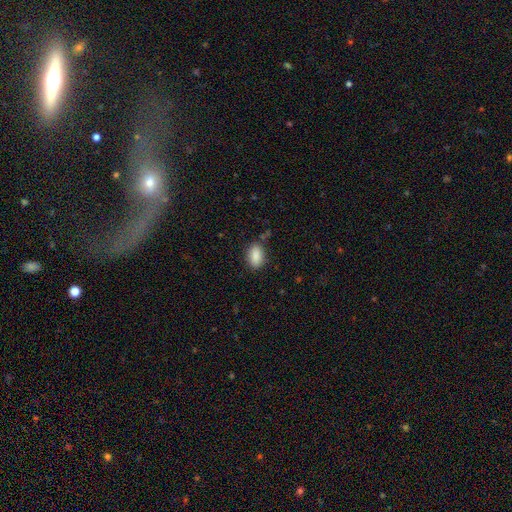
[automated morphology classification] Smooth or featured? smooth (88%)
How rounded? in between (89%)
Merging? none (82%)